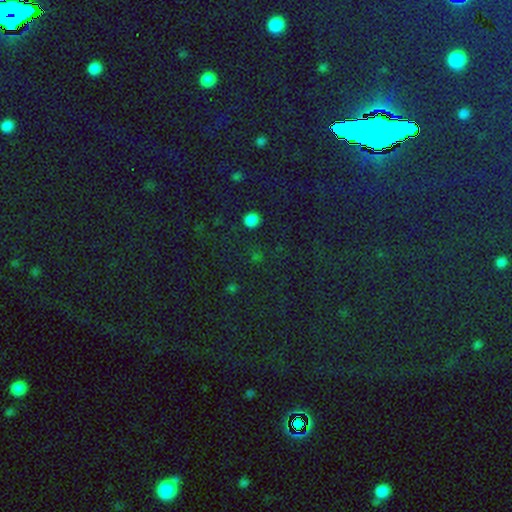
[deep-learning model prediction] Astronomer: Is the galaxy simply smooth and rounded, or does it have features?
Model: star or artifact — 63%.